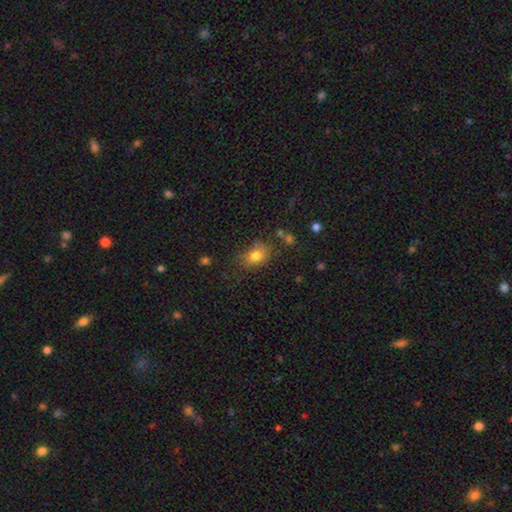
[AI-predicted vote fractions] Smooth or featured?
  - smooth: 79% *
  - star or artifact: 11%
  - featured or disk: 10%
How rounded?
  - in between: 68% *
  - round: 31%
  - cigar-shaped: 1%
Merging?
  - none: 59% *
  - minor disturbance: 25%
  - major disturbance: 11%
  - merger: 5%